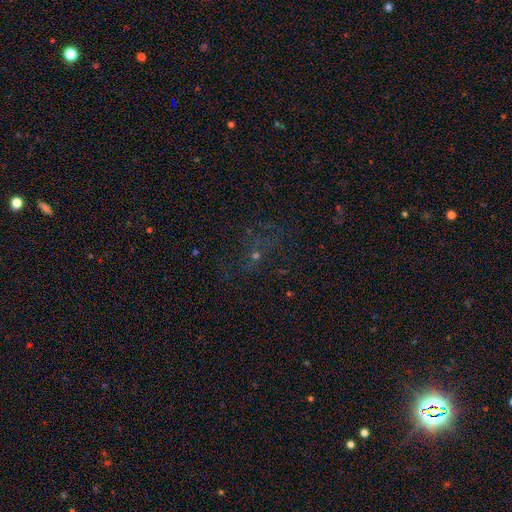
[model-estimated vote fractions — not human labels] star or artifact 54%, smooth 24%, featured or disk 21%.